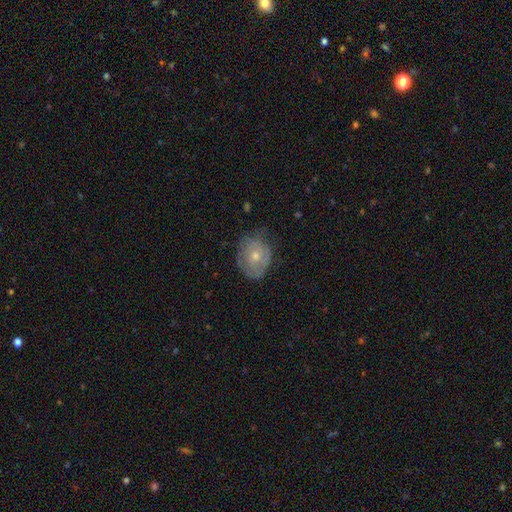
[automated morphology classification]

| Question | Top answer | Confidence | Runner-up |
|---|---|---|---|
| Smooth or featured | smooth | 48% | featured or disk (45%) |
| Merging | none | 60% | minor disturbance (29%) |